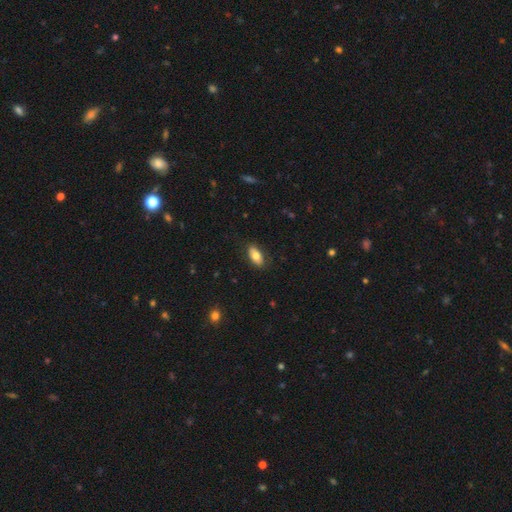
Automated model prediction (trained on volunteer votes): This is likely a smooth galaxy (77%). How rounded: clearly in between (89%). Merging: clearly none (85%).